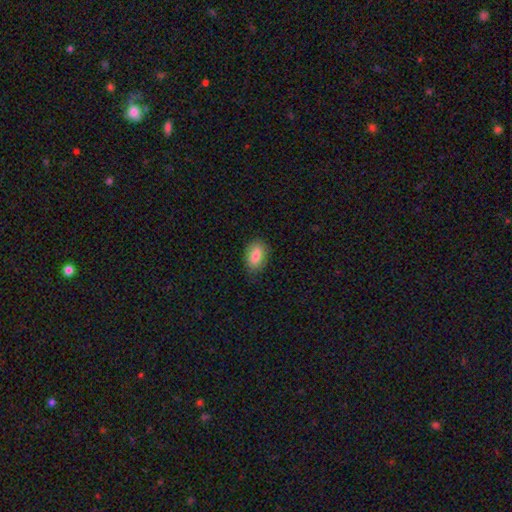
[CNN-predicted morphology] type=smooth (82%); roundness=in between (89%); merging=none (82%).